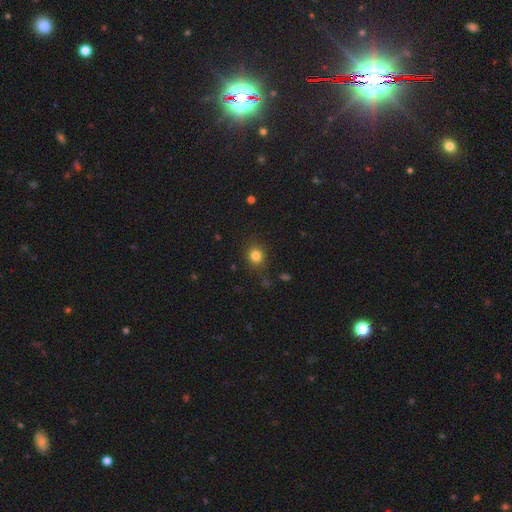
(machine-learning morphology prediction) A smooth galaxy with no disk features (82%) that is round (81%).

Vote fractions:
- Smooth or featured? smooth: 82% / star or artifact: 13% / featured or disk: 5%
- How rounded? round: 81% / in between: 18% / cigar-shaped: 1%
- Merging? none: 86% / minor disturbance: 9% / major disturbance: 3% / merger: 2%